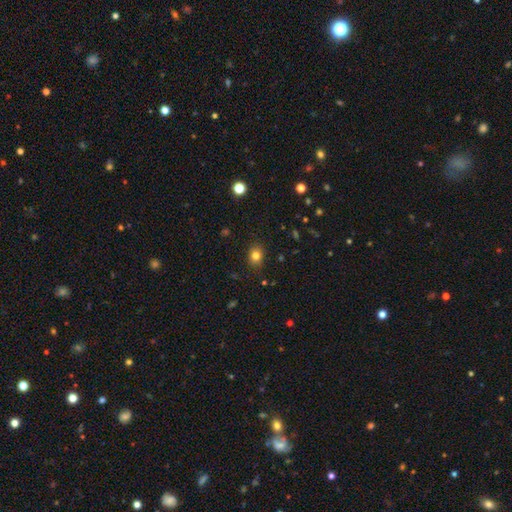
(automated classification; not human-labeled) Morphology: type=smooth (80%); roundness=round (56%); merging=none (87%).